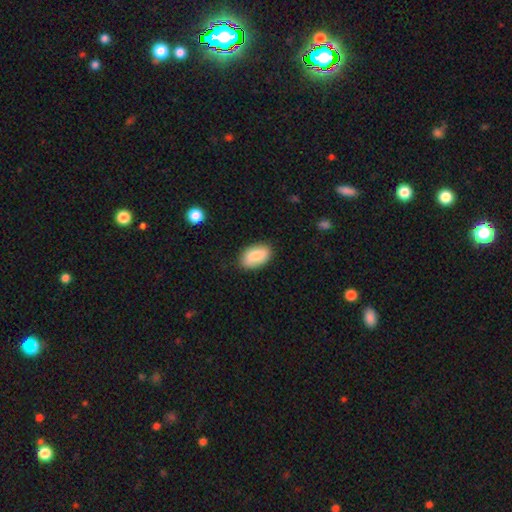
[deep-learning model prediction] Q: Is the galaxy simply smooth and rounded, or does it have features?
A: smooth — 83%.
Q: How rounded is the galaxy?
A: in between — 93%.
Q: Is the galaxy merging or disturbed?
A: none — 82%.